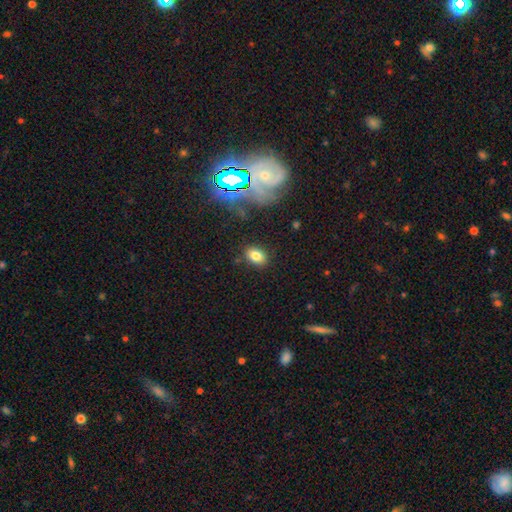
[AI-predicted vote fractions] A smooth galaxy with no disk features (78%) that is in between round and cigar-shaped (77%). Merging: none (85%).